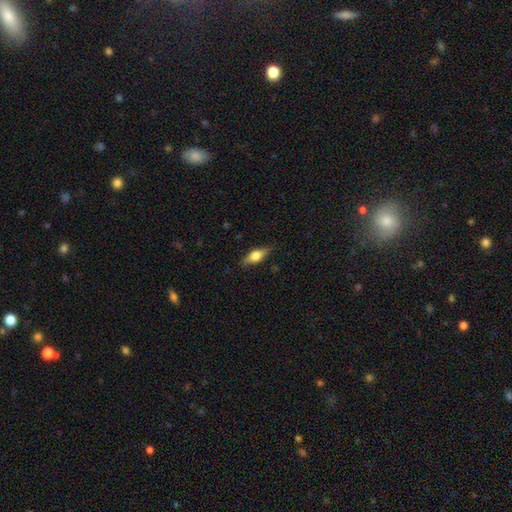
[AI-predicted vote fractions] smooth 53%, featured or disk 40%, star or artifact 7%. Down the decision tree: how rounded — in between (66%); merging — none (84%).